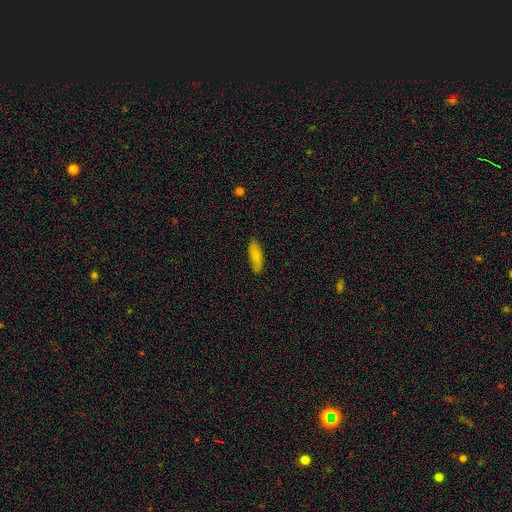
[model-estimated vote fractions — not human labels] A smooth galaxy with no disk features (79%) that is in between round and cigar-shaped (54%). Merging: none (85%).